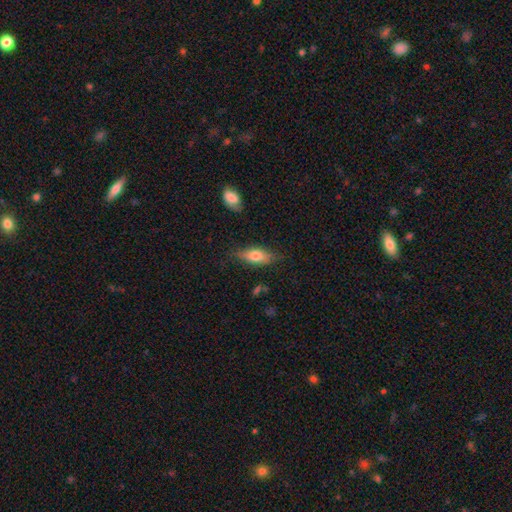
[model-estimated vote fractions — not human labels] smooth-or-featured: smooth: 62% | featured or disk: 31% | star or artifact: 7%
  how-rounded: in between: 72% | cigar-shaped: 24% | round: 4%
  merging: none: 74% | minor disturbance: 19% | major disturbance: 4% | merger: 2%